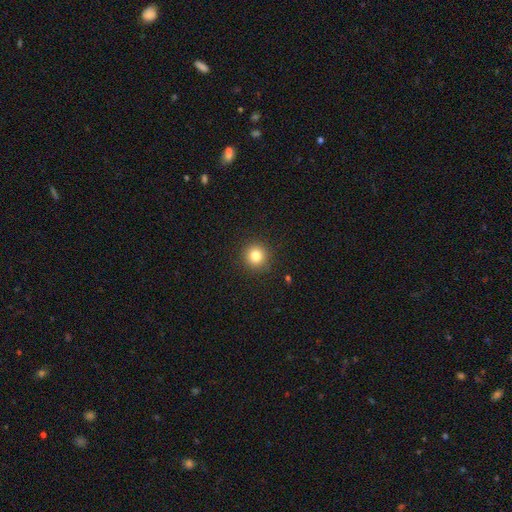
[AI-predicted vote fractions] This is clearly a smooth galaxy (81%). How rounded: clearly round (94%). Merging: clearly none (91%).